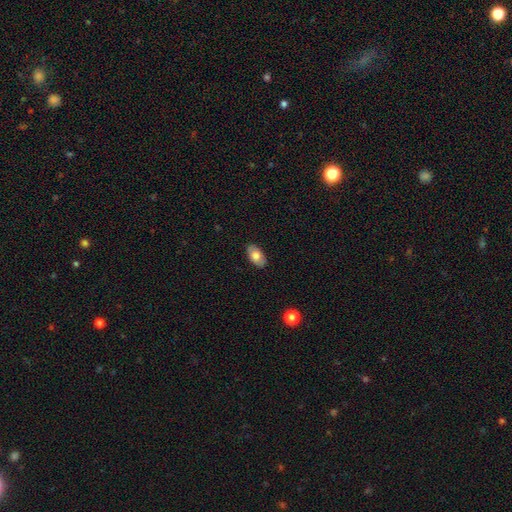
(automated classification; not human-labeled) Q: Smooth or featured?
A: smooth (73%); runner-up: featured or disk (20%)
Q: How rounded?
A: in between (94%); runner-up: round (4%)
Q: Merging?
A: none (87%); runner-up: minor disturbance (10%)